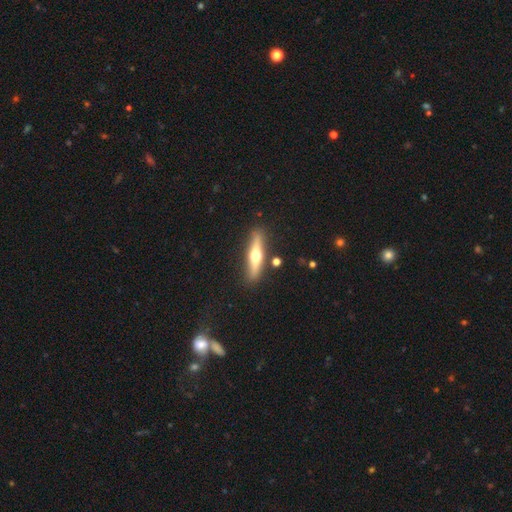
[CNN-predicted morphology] Q: Smooth or featured?
A: featured or disk (62%); runner-up: smooth (32%)
Q: Edge-on disk?
A: yes (94%); runner-up: no (6%)
Q: Edge-on bulge?
A: rounded (95%); runner-up: none (3%)
Q: Merging?
A: none (87%); runner-up: minor disturbance (9%)